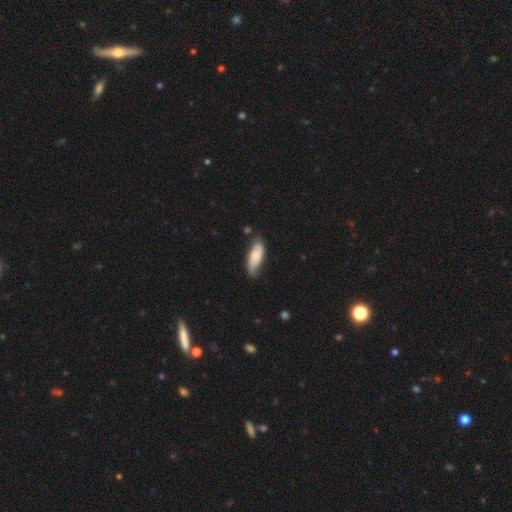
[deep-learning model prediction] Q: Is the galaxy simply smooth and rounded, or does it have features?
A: smooth — 69%.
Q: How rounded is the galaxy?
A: in between — 76%.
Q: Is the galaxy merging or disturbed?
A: none — 67%.